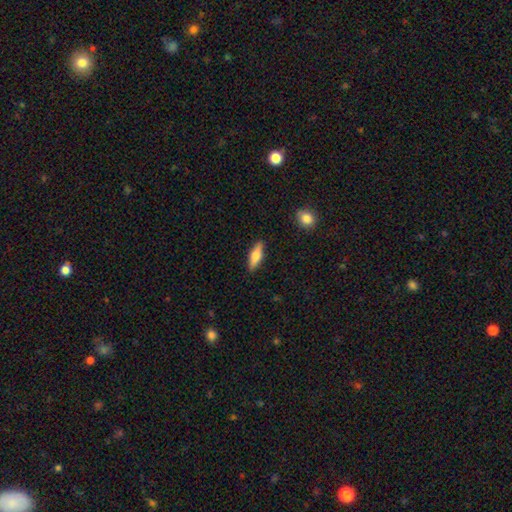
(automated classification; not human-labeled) smooth-or-featured: smooth: 65% | featured or disk: 29% | star or artifact: 6%
  how-rounded: cigar-shaped: 50% | in between: 47% | round: 3%
  merging: none: 88% | minor disturbance: 8% | major disturbance: 2% | merger: 1%